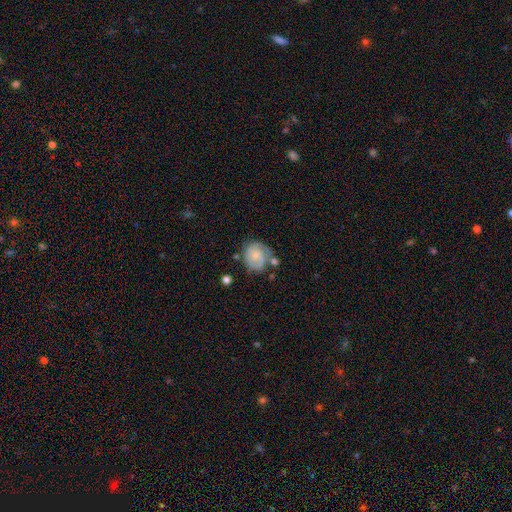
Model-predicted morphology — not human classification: Smooth or featured? featured or disk (51%)
Edge-on disk? no (98%)
Bar? no (77%)
Spiral arms? yes (79%)
Bulge size? small (59%)
Merging? none (51%)